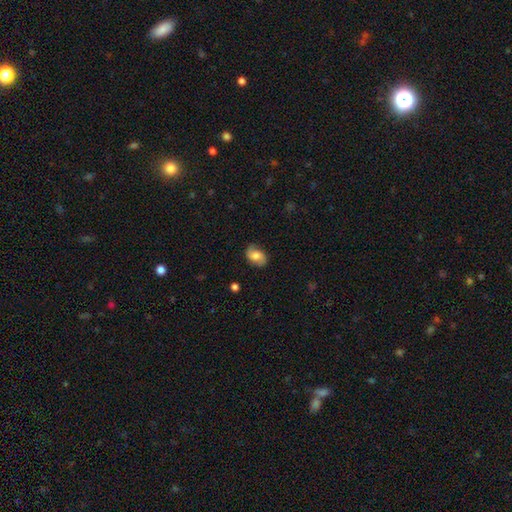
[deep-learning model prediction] Overall: smooth (67%). How rounded: in between (82%). Merging: none (78%).